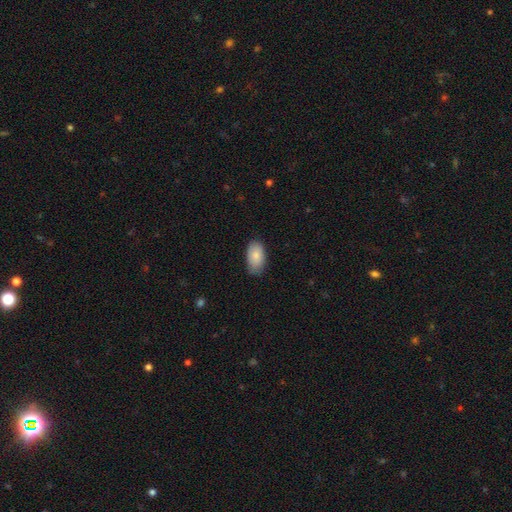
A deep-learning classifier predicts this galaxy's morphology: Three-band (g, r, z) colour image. It shows a smooth galaxy with no disk features (85%) that is in between round and cigar-shaped (94%). Merging: none (74%).